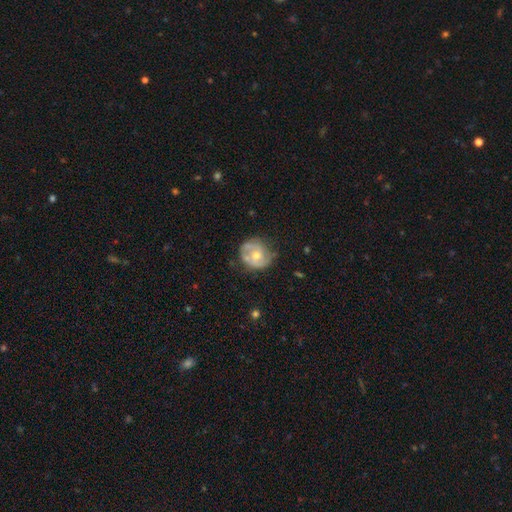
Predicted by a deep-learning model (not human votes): A featured or disk galaxy (56%) with no bar (76%), spiral arms (62%) and a moderate central bulge (56%).

Vote fractions:
- Smooth or featured? featured or disk: 56% / smooth: 37% / star or artifact: 7%
- Edge-on disk? no: 97% / yes: 3%
- Bar? no: 76% / weak: 20% / strong: 4%
- Spiral arms? yes: 62% / no: 38%
- Bulge size? moderate: 56% / small: 40% / large: 2% / none: 2% / dominant: 1%
- Merging? none: 58% / minor disturbance: 28% / major disturbance: 11% / merger: 3%